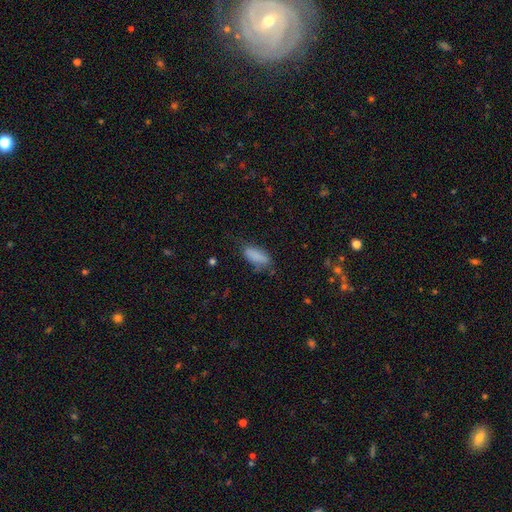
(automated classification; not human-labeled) Overall: smooth (83%). How rounded: in between (78%). Merging: none (56%; minor disturbance 30%).